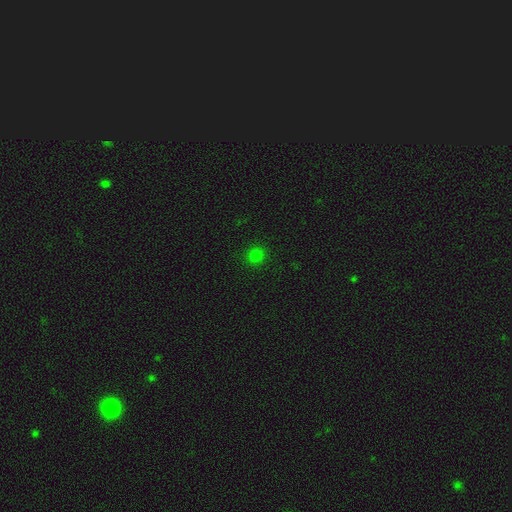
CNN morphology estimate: smooth-or-featured: smooth: 79% | star or artifact: 18% | featured or disk: 4%
  how-rounded: round: 84% | in between: 15% | cigar-shaped: 1%
  merging: none: 90% | minor disturbance: 6% | major disturbance: 2% | merger: 1%